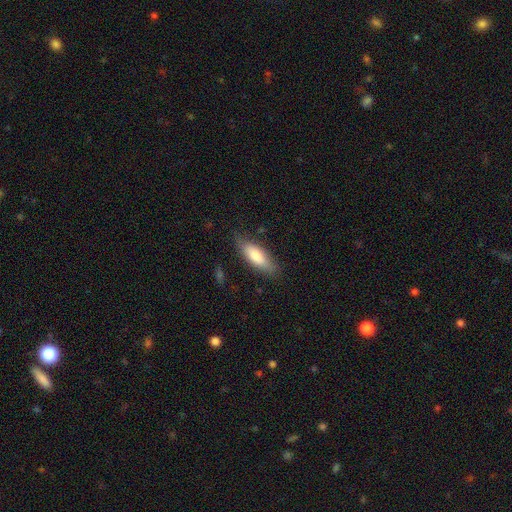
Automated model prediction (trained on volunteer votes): A smooth galaxy with no disk features (78%) that is in between round and cigar-shaped (59%).

Vote fractions:
- Smooth or featured? smooth: 78% / featured or disk: 16% / star or artifact: 6%
- How rounded? in between: 59% / cigar-shaped: 39% / round: 2%
- Merging? none: 77% / minor disturbance: 18% / major disturbance: 4% / merger: 1%